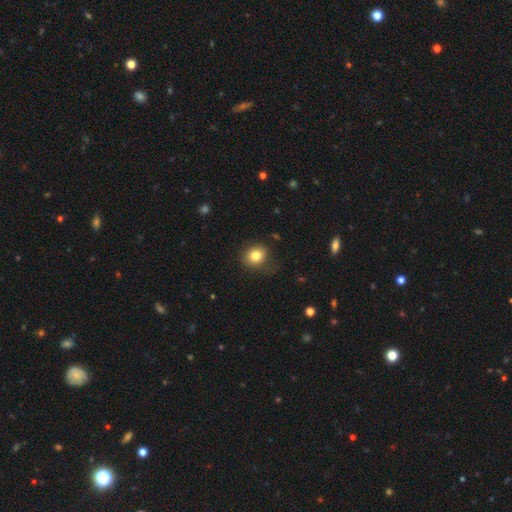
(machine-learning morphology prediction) Smooth or featured? smooth (80%)
How rounded? round (77%)
Merging? none (77%)